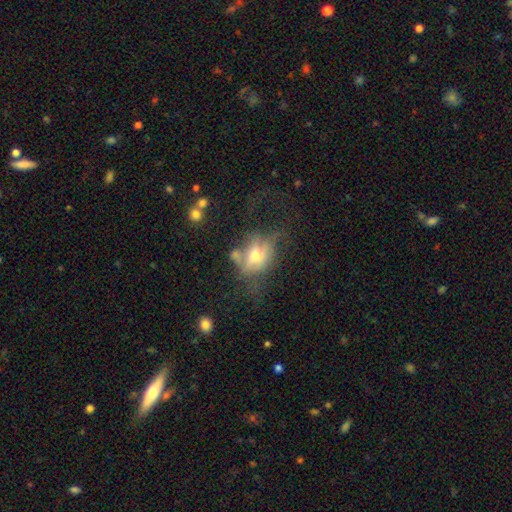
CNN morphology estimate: Q: Smooth or featured?
A: featured or disk (49%); runner-up: smooth (38%)
Q: Merging?
A: none (37%); runner-up: major disturbance (32%)